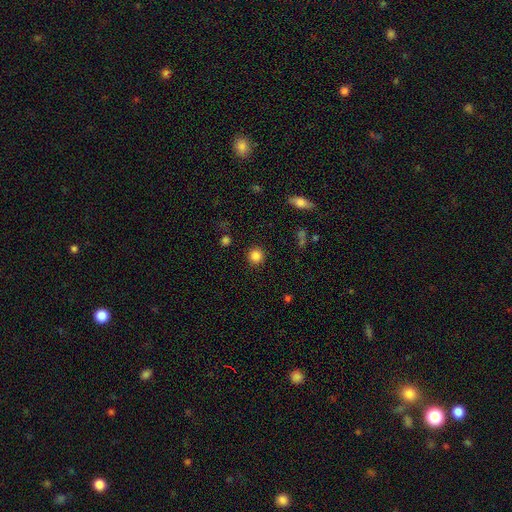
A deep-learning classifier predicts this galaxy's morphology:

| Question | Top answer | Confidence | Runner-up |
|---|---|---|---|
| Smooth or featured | smooth | 85% | star or artifact (11%) |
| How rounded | round | 94% | in between (5%) |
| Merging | none | 91% | minor disturbance (6%) |